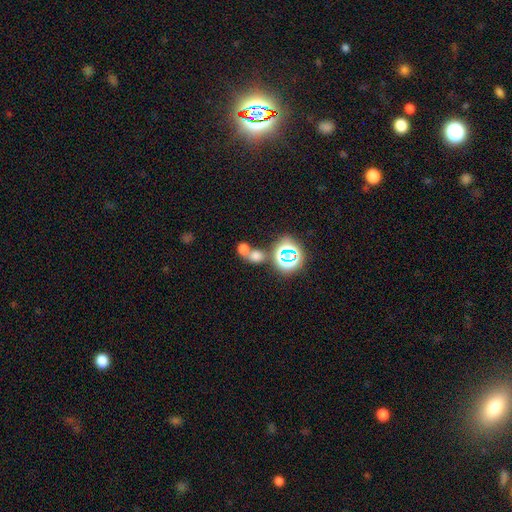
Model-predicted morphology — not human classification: type=smooth (62%); roundness=round (59%); merging=merger (53%).